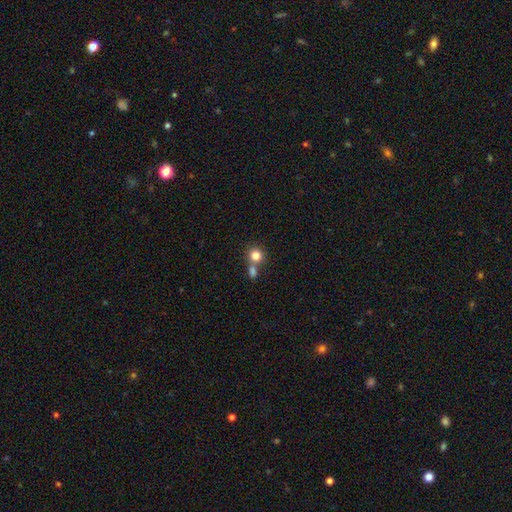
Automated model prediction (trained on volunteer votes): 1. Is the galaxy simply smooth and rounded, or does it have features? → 81% smooth, 11% star or artifact, 8% featured or disk.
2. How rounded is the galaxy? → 87% round, 12% in between, 1% cigar-shaped.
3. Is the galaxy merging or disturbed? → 55% none, 35% merger, 7% minor disturbance, 3% major disturbance.